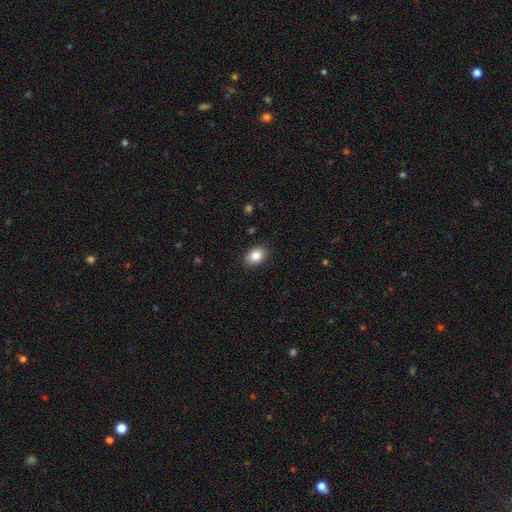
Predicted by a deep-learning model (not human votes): The model was most divided on "how rounded": in between: 72%, round: 27%, cigar-shaped: 1%. More confident: merging — none (88%); smooth or featured — smooth (86%).